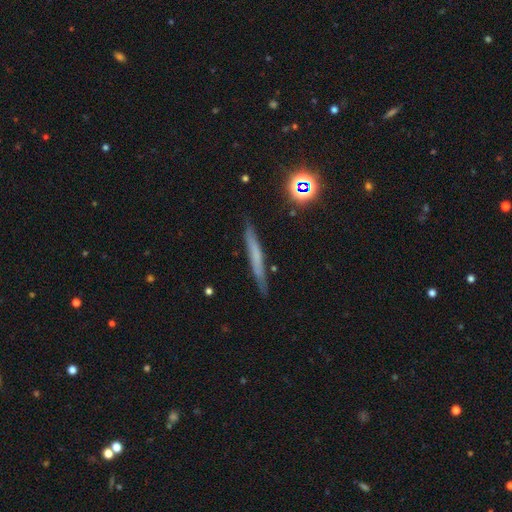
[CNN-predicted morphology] This is possibly a smooth galaxy (48%). Merging: clearly none (86%).